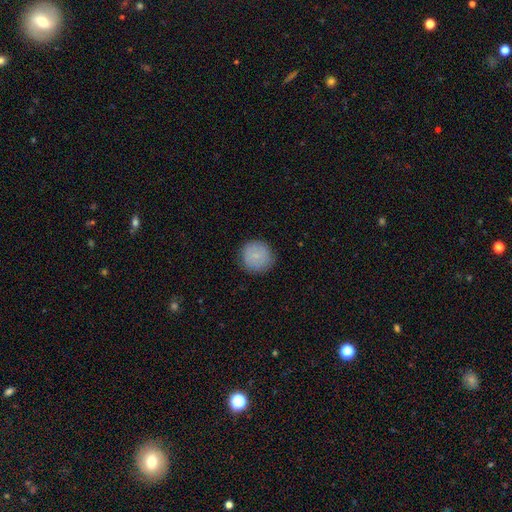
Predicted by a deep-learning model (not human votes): This is clearly a smooth galaxy (82%). How rounded: clearly round (93%). Merging: clearly none (86%).